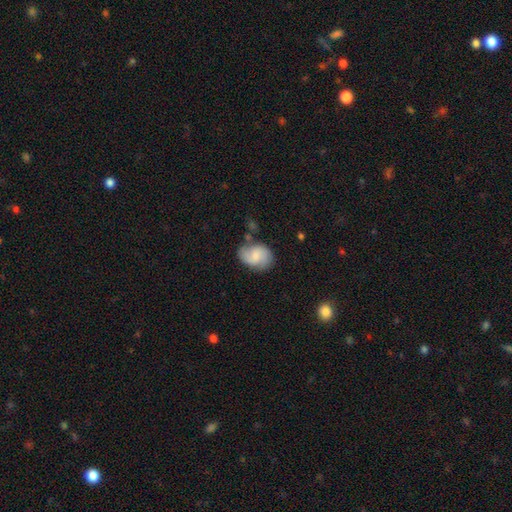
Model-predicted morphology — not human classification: The model was most divided on "smooth or featured": smooth: 47%, featured or disk: 45%, star or artifact: 8%. More confident: merging — none (64%).